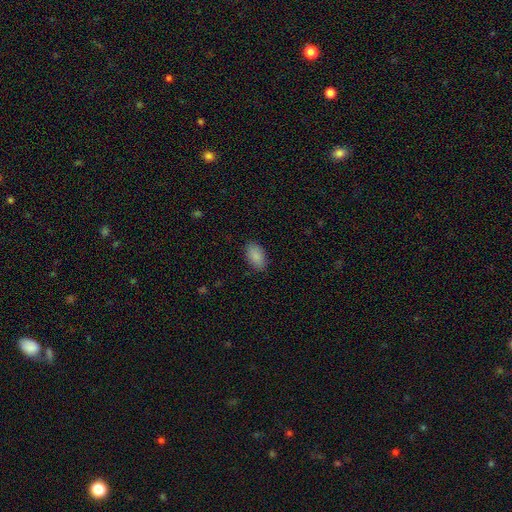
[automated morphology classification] Smooth or featured?
  - smooth: 88% *
  - star or artifact: 7%
  - featured or disk: 4%
How rounded?
  - in between: 93% *
  - round: 4%
  - cigar-shaped: 2%
Merging?
  - none: 86% *
  - minor disturbance: 11%
  - major disturbance: 3%
  - merger: 1%